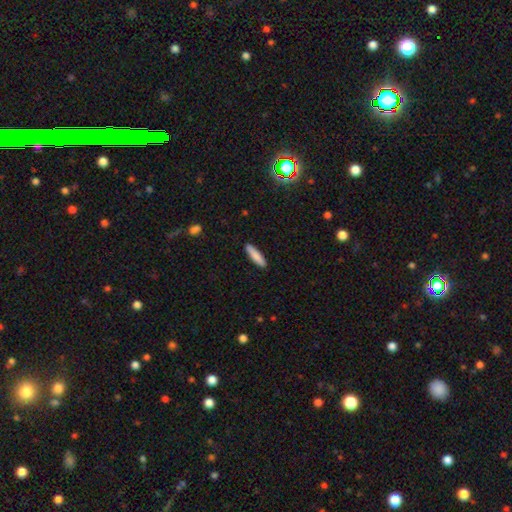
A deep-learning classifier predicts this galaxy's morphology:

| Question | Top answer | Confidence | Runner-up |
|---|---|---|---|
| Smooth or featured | smooth | 84% | featured or disk (11%) |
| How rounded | cigar-shaped | 78% | in between (21%) |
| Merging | none | 90% | minor disturbance (8%) |